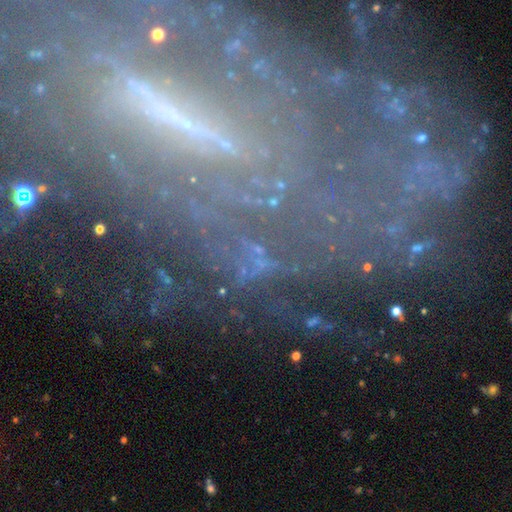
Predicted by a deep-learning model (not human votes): This appears to be a star or artifact, not a galaxy (59%).